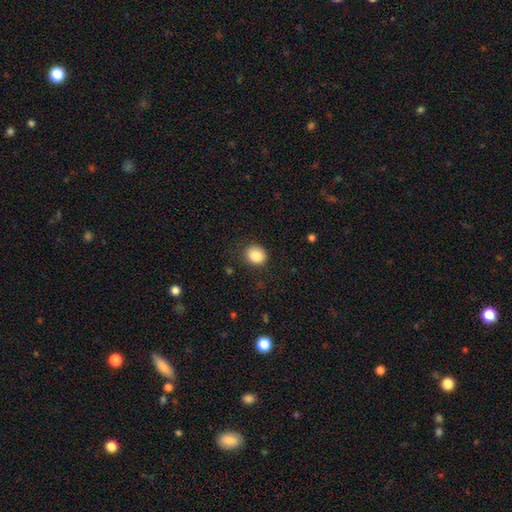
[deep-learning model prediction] Smooth or featured: smooth — 88% (star or artifact — 9%)
How rounded: round — 69% (in between — 30%)
Merging: none — 82% (minor disturbance — 12%)